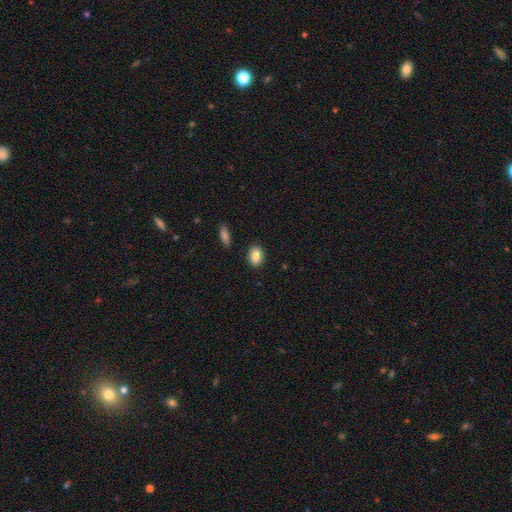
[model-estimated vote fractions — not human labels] Smooth or featured: smooth — 86% (star or artifact — 8%)
How rounded: in between — 77% (round — 21%)
Merging: none — 87% (minor disturbance — 8%)